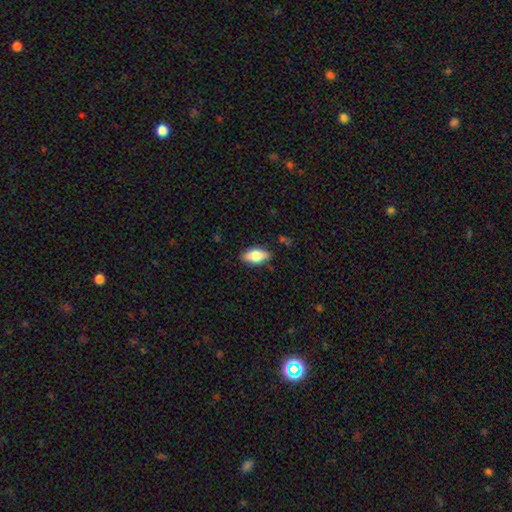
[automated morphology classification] Smooth or featured: smooth — 75% (featured or disk — 18%)
How rounded: in between — 89% (cigar-shaped — 8%)
Merging: none — 84% (minor disturbance — 12%)